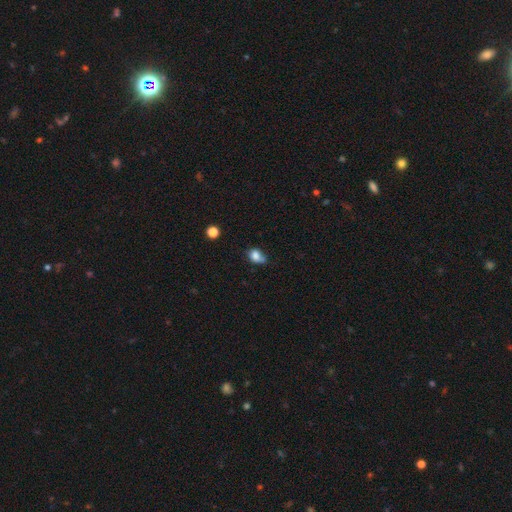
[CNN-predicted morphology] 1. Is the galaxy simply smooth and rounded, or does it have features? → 80% smooth, 11% star or artifact, 9% featured or disk.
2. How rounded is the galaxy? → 55% in between, 44% round, 2% cigar-shaped.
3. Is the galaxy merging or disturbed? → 40% none, 37% minor disturbance, 13% major disturbance, 10% merger.